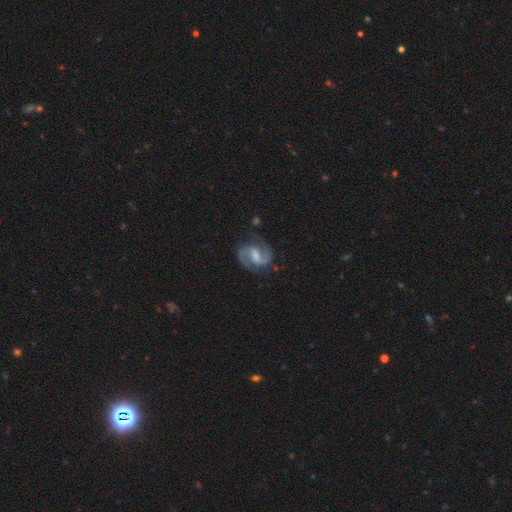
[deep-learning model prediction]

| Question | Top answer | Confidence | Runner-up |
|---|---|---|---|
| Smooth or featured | featured or disk | 90% | smooth (6%) |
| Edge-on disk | no | 98% | yes (2%) |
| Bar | weak | 54% | strong (28%) |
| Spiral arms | yes | 98% | no (2%) |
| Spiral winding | medium | 61% | loose (20%) |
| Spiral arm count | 2 | 93% | can't tell (2%) |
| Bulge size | moderate | 35% | small (29%) |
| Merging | none | 77% | minor disturbance (15%) |